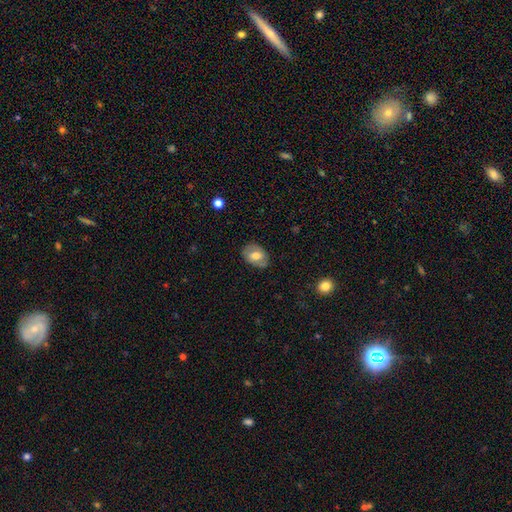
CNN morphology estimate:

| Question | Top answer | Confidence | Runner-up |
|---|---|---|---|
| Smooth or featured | smooth | 55% | featured or disk (38%) |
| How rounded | in between | 76% | round (23%) |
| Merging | none | 78% | minor disturbance (16%) |